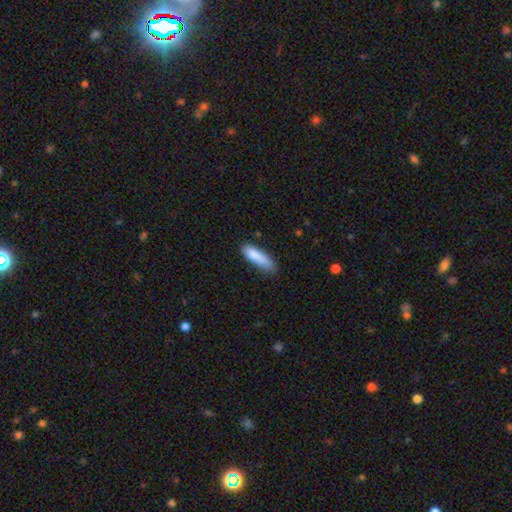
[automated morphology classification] Smooth or featured: smooth — 85% (featured or disk — 9%)
How rounded: cigar-shaped — 58% (in between — 40%)
Merging: none — 59% (minor disturbance — 30%)